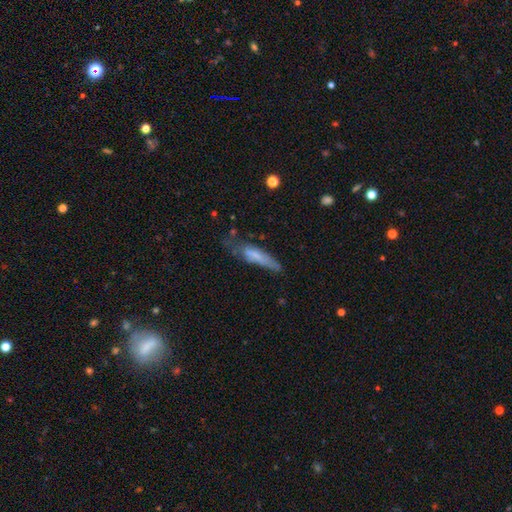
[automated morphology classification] smooth_or_featured: smooth (p=0.58) [alt: featured or disk p=0.34]
how_rounded: cigar-shaped (p=0.75) [alt: in between p=0.23]
merging: none (p=0.42) [alt: minor disturbance p=0.32]